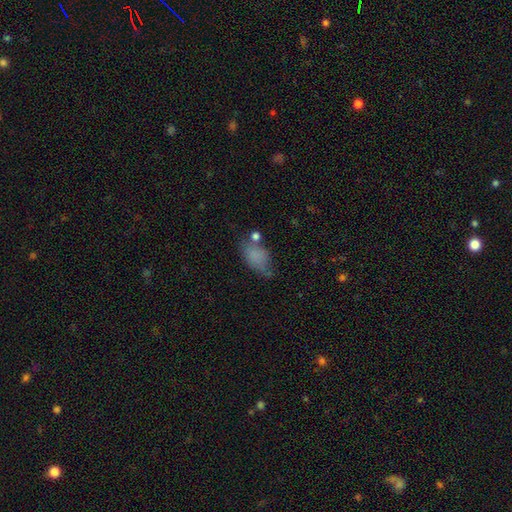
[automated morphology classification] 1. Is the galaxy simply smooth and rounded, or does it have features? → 77% smooth, 12% featured or disk, 11% star or artifact.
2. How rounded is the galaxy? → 88% in between, 9% round, 3% cigar-shaped.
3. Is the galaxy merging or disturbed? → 48% none, 28% minor disturbance, 13% major disturbance, 11% merger.